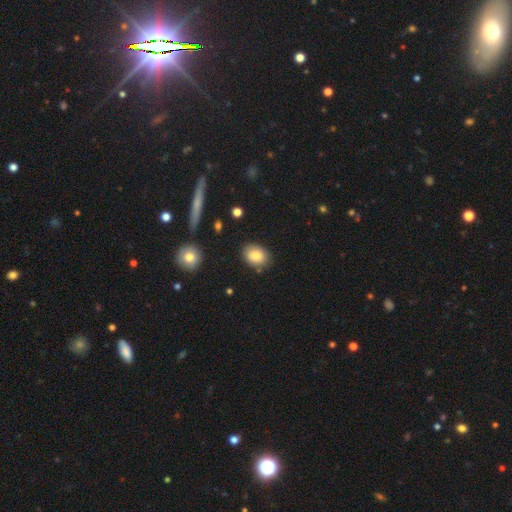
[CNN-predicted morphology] smooth-or-featured: smooth: 85% | star or artifact: 8% | featured or disk: 7%
  how-rounded: in between: 71% | round: 28% | cigar-shaped: 1%
  merging: none: 82% | minor disturbance: 13% | major disturbance: 3% | merger: 2%